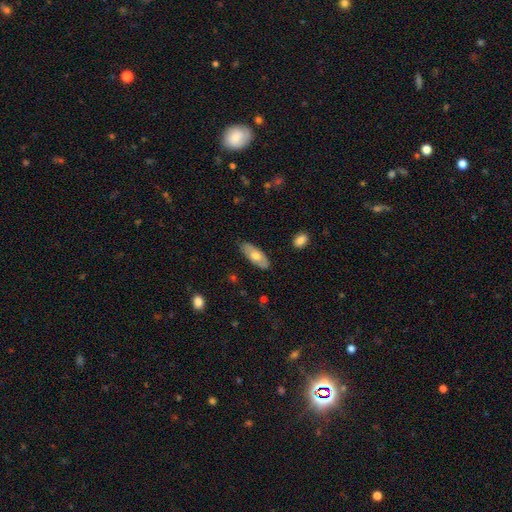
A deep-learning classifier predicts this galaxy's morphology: Smooth or featured? Predicted: smooth (p=0.63). How rounded? Predicted: in between (p=0.80). Merging? Predicted: none (p=0.81).